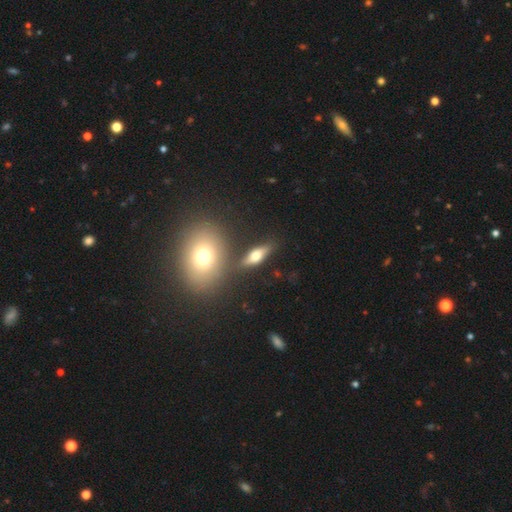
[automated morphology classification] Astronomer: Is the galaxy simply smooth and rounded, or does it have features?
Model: smooth — 49% (runner-up: featured or disk, 42%).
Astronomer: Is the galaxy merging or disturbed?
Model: none — 73%.